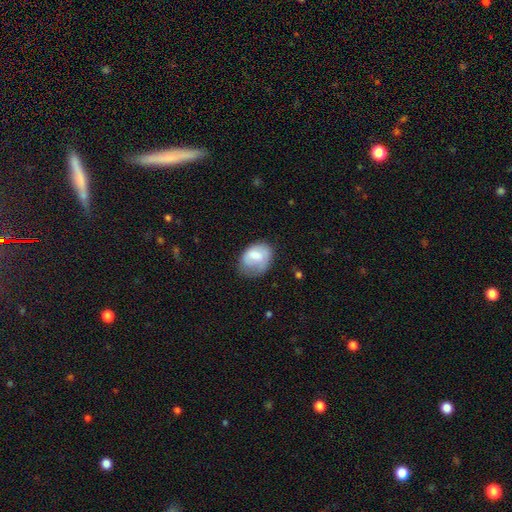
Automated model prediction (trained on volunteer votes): Smooth or featured? Predicted: smooth (p=0.69). How rounded? Predicted: in between (p=0.67). Merging? Predicted: none (p=0.47).